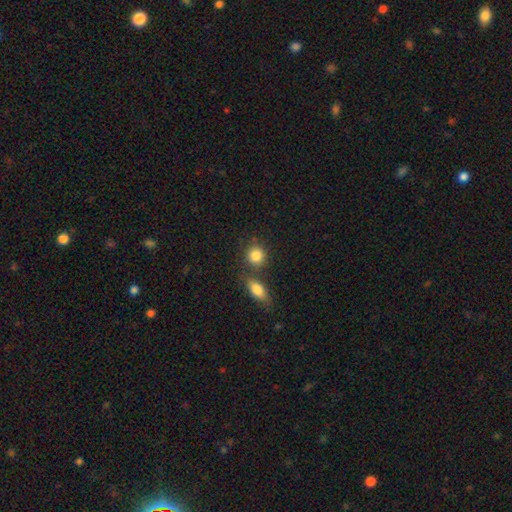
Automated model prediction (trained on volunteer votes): Morphology: type=smooth (84%); roundness=round (77%); merging=none (65%).